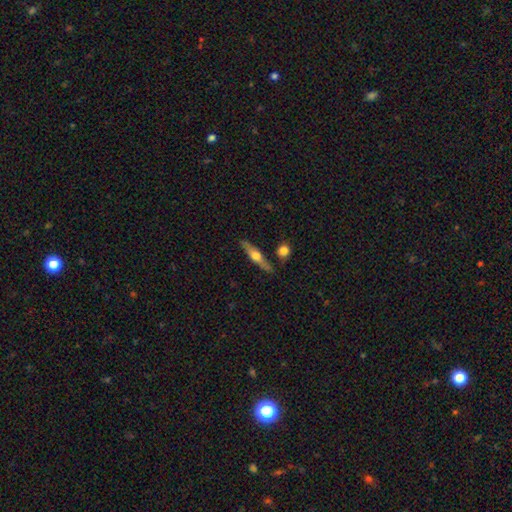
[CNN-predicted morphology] type=featured or disk (57%); edge-on=yes (93%); edge-on bulge=rounded (92%); merging=none (80%).